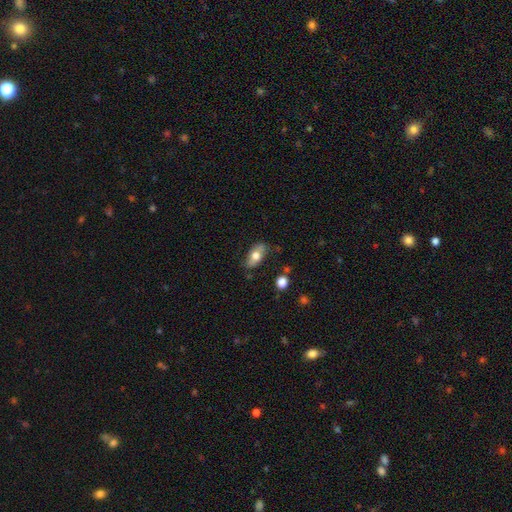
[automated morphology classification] smooth 66%, featured or disk 27%, star or artifact 7%. Down the decision tree: how rounded — in between (86%); merging — none (78%).